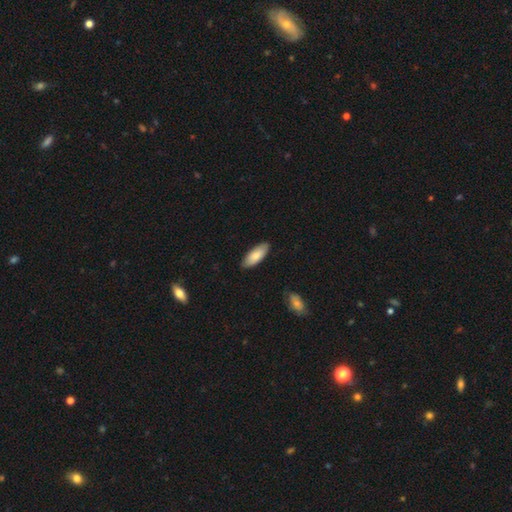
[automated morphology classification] This is likely a smooth galaxy (76%). How rounded: clearly in between (81%). Merging: clearly none (85%).